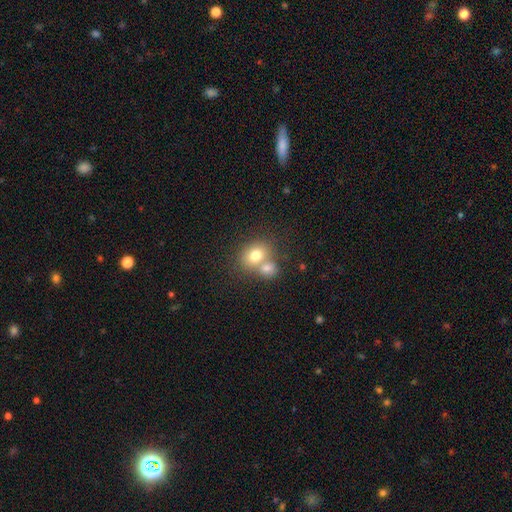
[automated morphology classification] A smooth galaxy with no disk features (75%) that is round (50%).

Vote fractions:
- Smooth or featured? smooth: 75% / featured or disk: 14% / star or artifact: 10%
- How rounded? round: 50% / in between: 49% / cigar-shaped: 1%
- Merging? merger: 54% / none: 35% / minor disturbance: 8% / major disturbance: 3%